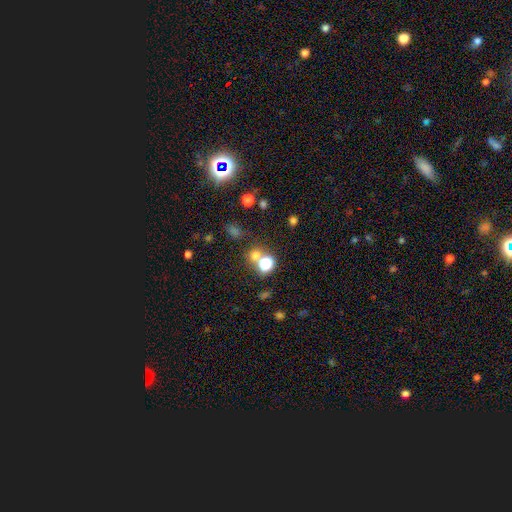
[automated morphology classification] smooth_or_featured: smooth (p=0.59) [alt: star or artifact p=0.32]
how_rounded: round (p=0.79) [alt: in between p=0.20]
merging: none (p=0.59) [alt: merger p=0.27]